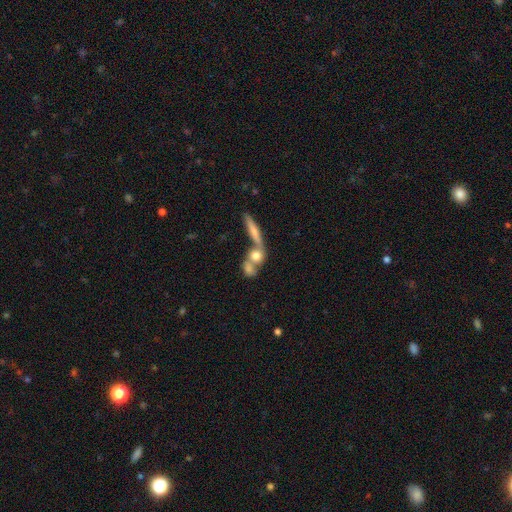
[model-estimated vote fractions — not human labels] A smooth galaxy with no disk features (64%) that is round (47%). Merging: merger (53%).